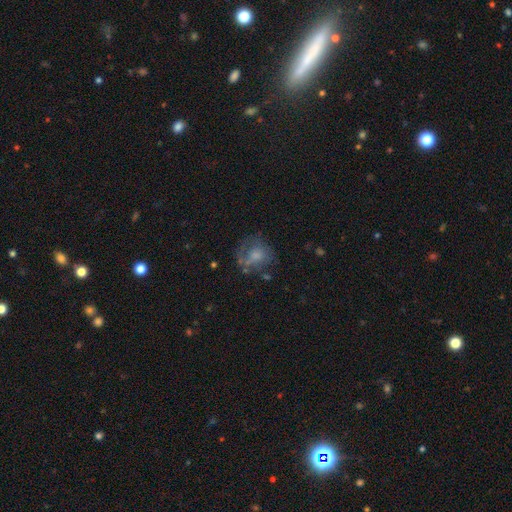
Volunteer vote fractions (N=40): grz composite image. It shows a smooth galaxy with no disk features (75%) that is round (73%). Merging: none (47%).